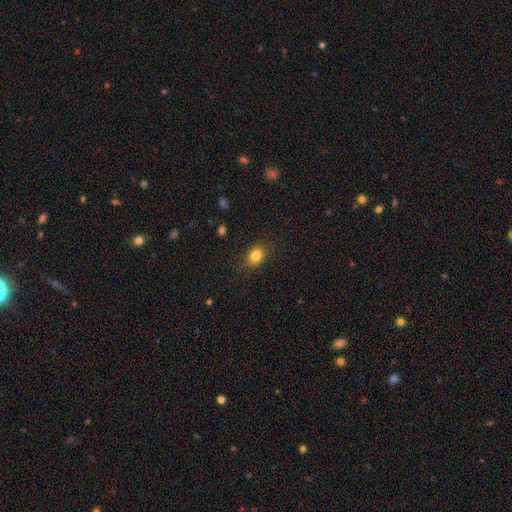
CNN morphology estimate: This appears to be a smooth galaxy with no disk features (83%) that is in between round and cigar-shaped (59%). Merging: none (85%).